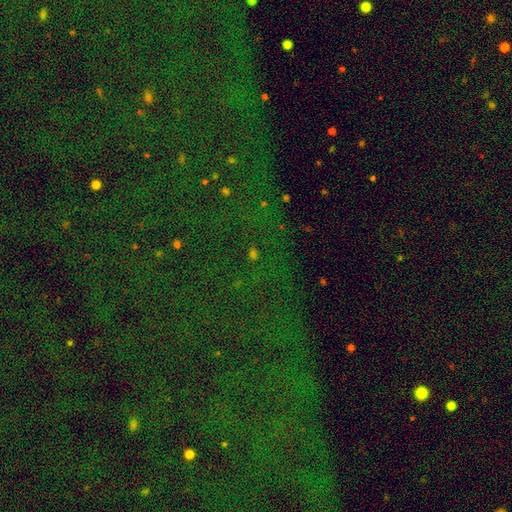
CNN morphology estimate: This is clearly a star or artifact rather than a galaxy (83%).